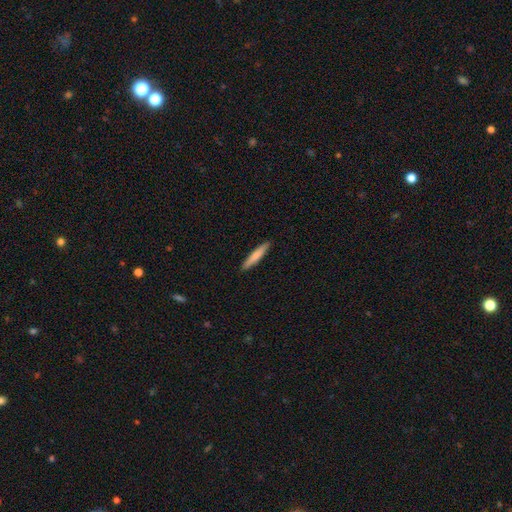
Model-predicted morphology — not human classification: A smooth galaxy with no disk features (74%) that is cigar-shaped (93%).

Vote fractions:
- Smooth or featured? smooth: 74% / featured or disk: 21% / star or artifact: 5%
- How rounded? cigar-shaped: 93% / in between: 6% / round: 1%
- Merging? none: 91% / minor disturbance: 6% / major disturbance: 1% / merger: 1%